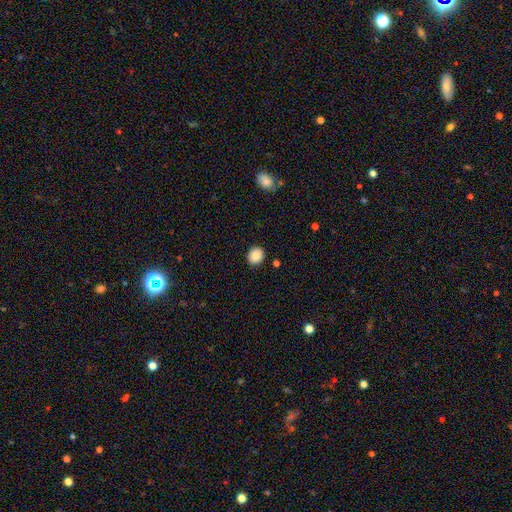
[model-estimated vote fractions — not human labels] Smooth or featured? smooth (88%)
How rounded? round (75%)
Merging? none (88%)